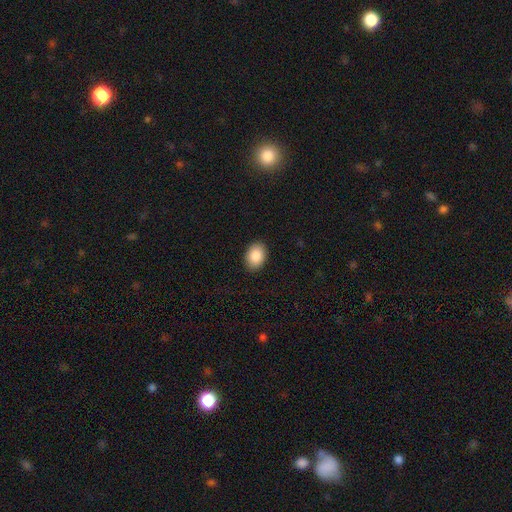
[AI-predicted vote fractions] This appears to be a smooth galaxy with no disk features (88%) that is in between round and cigar-shaped (77%). Merging: none (90%).